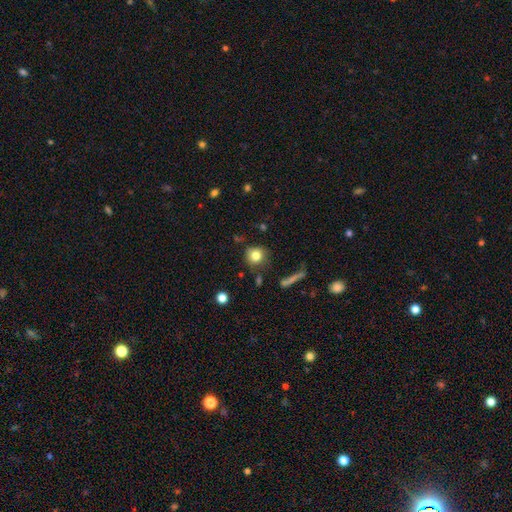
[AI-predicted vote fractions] The model was most divided on "merging": none: 77%, minor disturbance: 14%, major disturbance: 5%, merger: 4%. More confident: how rounded — round (87%); smooth or featured — smooth (81%).